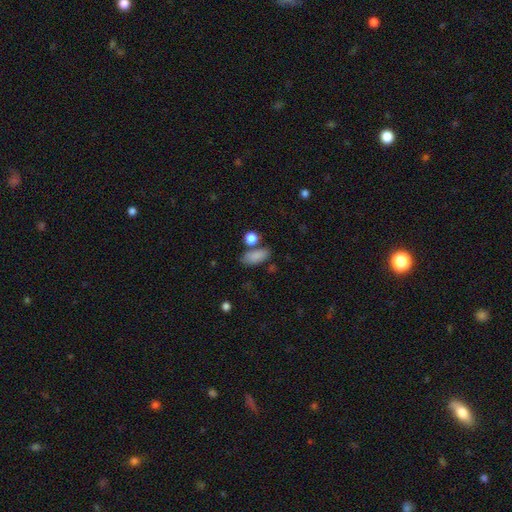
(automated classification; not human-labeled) Smooth or featured: smooth — 85% (star or artifact — 9%)
How rounded: in between — 86% (cigar-shaped — 8%)
Merging: none — 66% (minor disturbance — 15%)